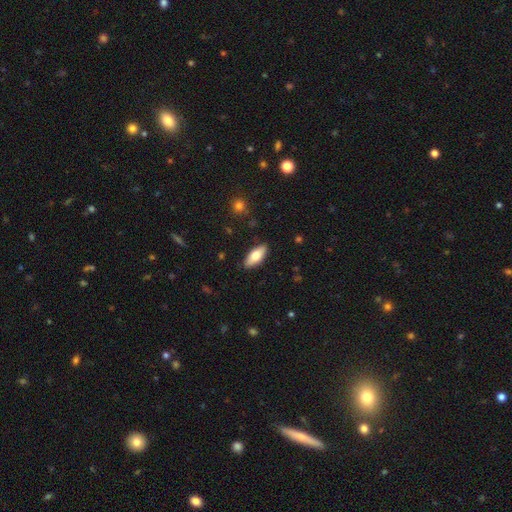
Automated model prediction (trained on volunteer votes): smooth-or-featured: smooth: 70% | featured or disk: 24% | star or artifact: 6%
  how-rounded: in between: 78% | cigar-shaped: 20% | round: 2%
  merging: none: 88% | minor disturbance: 9% | major disturbance: 2% | merger: 1%